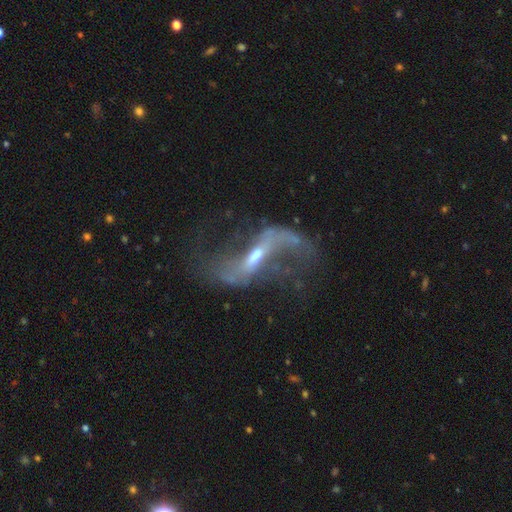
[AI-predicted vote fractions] A featured or disk galaxy (82%) with a strong bar (43%), 2 (86%) loose (88%) spiral arms (86%) and a moderate central bulge (46%). Merging: none (44%).